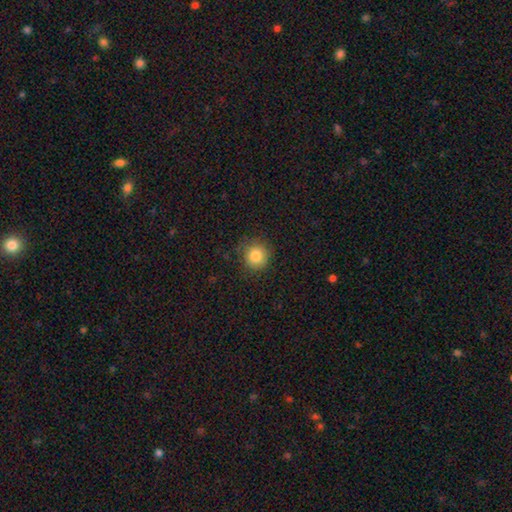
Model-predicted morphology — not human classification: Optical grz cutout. It shows a smooth galaxy with no disk features (83%) that is round (92%). Merging: none (84%).